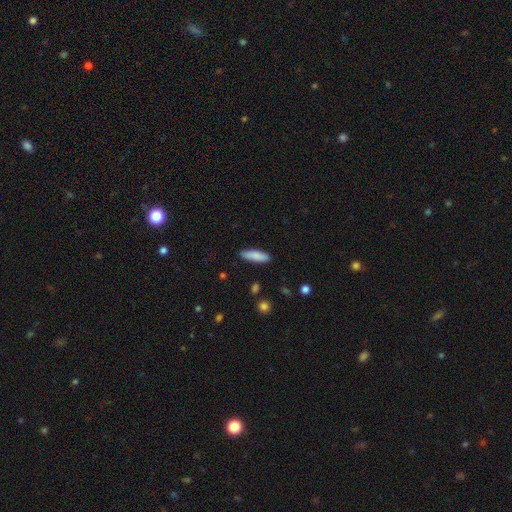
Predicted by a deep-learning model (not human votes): Smooth or featured?
  - smooth: 85% *
  - featured or disk: 9%
  - star or artifact: 6%
How rounded?
  - cigar-shaped: 62% *
  - in between: 36%
  - round: 2%
Merging?
  - none: 88% *
  - minor disturbance: 9%
  - major disturbance: 2%
  - merger: 1%